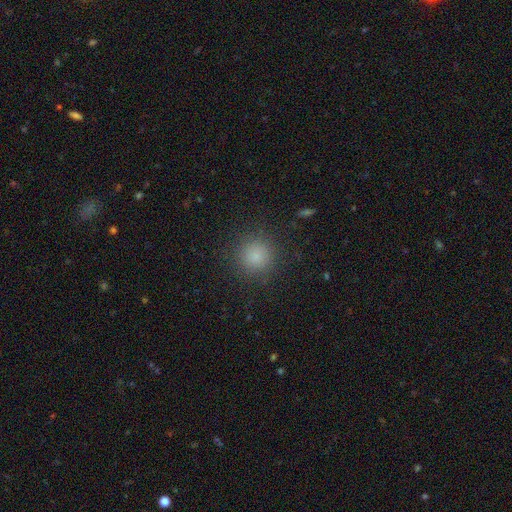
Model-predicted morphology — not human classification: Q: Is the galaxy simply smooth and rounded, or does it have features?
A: smooth — 82%.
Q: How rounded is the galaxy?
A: round — 94%.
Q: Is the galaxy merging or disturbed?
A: none — 89%.